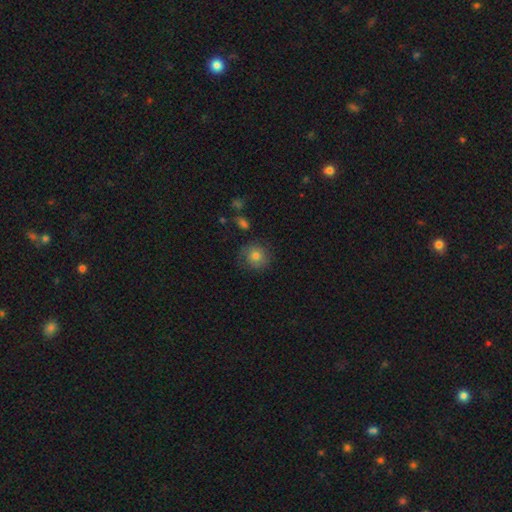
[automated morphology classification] smooth_or_featured: smooth (p=0.66) [alt: featured or disk p=0.24]
how_rounded: round (p=0.87) [alt: in between p=0.12]
merging: none (p=0.69) [alt: minor disturbance p=0.19]